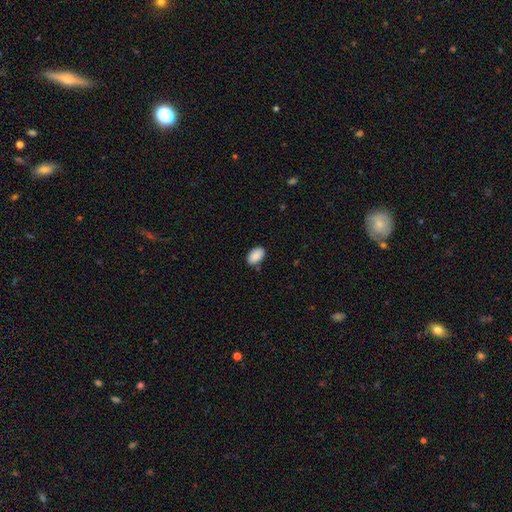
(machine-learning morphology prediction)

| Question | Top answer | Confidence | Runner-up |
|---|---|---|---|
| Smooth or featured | smooth | 89% | star or artifact (7%) |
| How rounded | in between | 92% | round (7%) |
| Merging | none | 81% | minor disturbance (14%) |